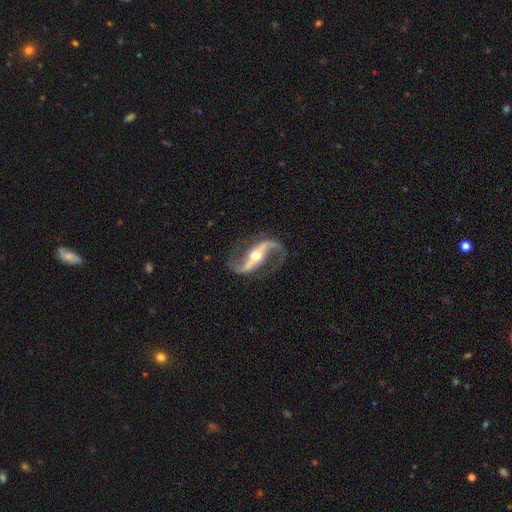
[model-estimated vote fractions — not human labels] Overall: featured or disk (93%). Edge-on disk: no (95%). Bar: strong (58%; weak 24%). Spiral arms: yes (97%). Spiral arm count: 2 (94%). Spiral winding: loose (55%; medium 37%). Bulge size: moderate (68%). Merging: none (82%).